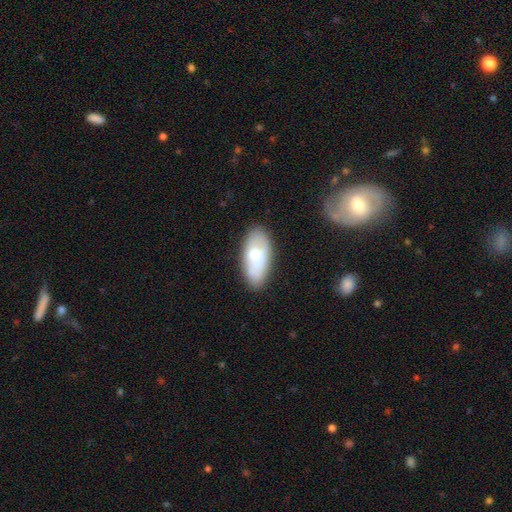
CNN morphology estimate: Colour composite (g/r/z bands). It shows a smooth galaxy with no disk features (61%) that is in between round and cigar-shaped (91%). Merging: none (71%).